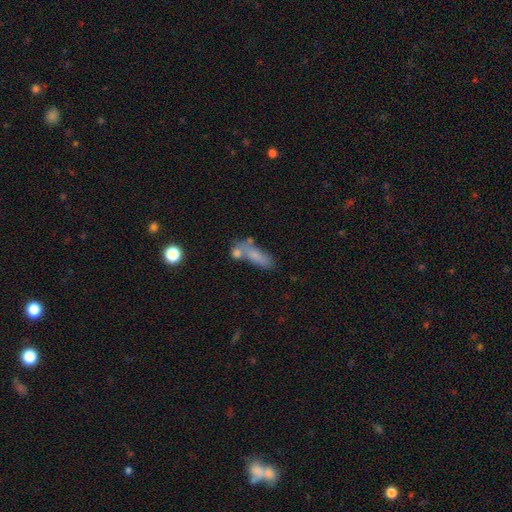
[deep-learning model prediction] This appears to be a smooth galaxy with no disk features (73%) that is in between round and cigar-shaped (60%). Merging: none (38%).